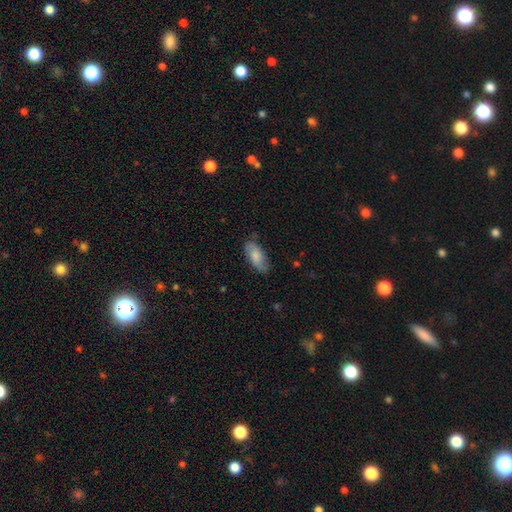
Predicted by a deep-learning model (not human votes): The model was most divided on "merging": none: 75%, minor disturbance: 19%, major disturbance: 4%, merger: 1%. More confident: how rounded — in between (87%); smooth or featured — smooth (77%).